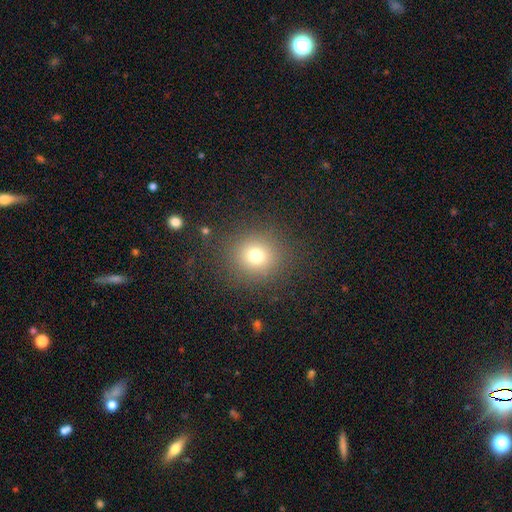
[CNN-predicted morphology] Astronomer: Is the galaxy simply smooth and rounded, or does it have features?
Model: smooth — 73%.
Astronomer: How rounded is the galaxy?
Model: round — 88%.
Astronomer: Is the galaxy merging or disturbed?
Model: none — 87%.